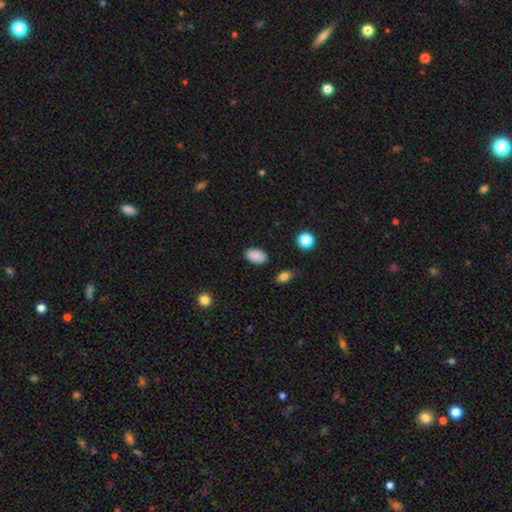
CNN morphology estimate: Smooth or featured: smooth — 88% (star or artifact — 9%)
How rounded: in between — 90% (round — 9%)
Merging: none — 86% (minor disturbance — 10%)